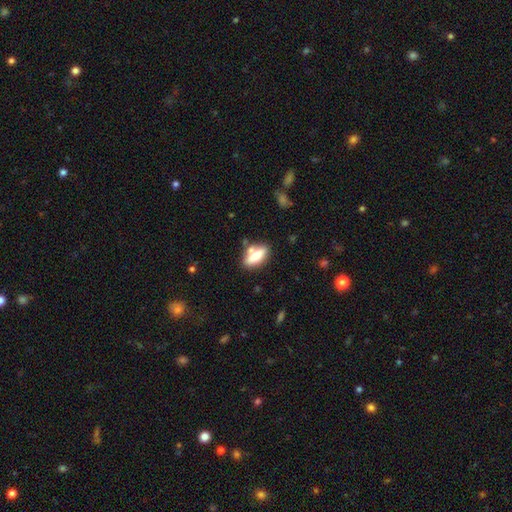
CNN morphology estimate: type=smooth (55%); roundness=in between (71%); merging=none (71%).